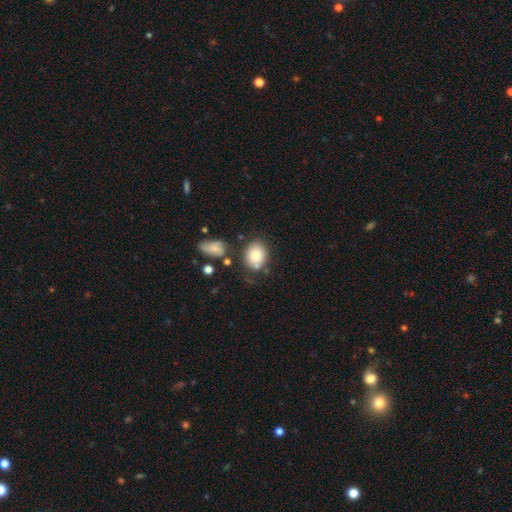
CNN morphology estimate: type=smooth (80%); roundness=round (57%); merging=none (70%).